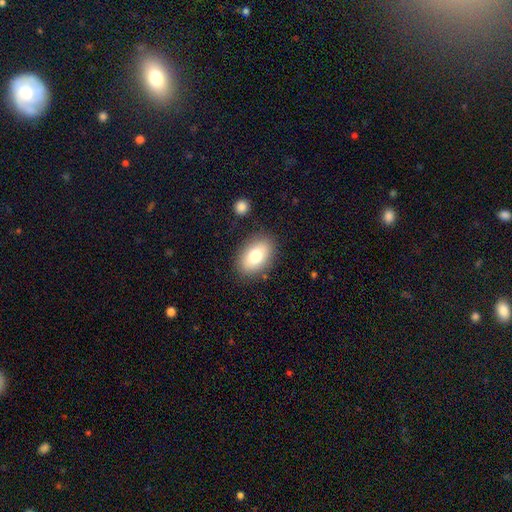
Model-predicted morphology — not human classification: smooth_or_featured: smooth (p=0.77) [alt: featured or disk p=0.15]
how_rounded: in between (p=0.87) [alt: round p=0.12]
merging: none (p=0.86) [alt: minor disturbance p=0.09]